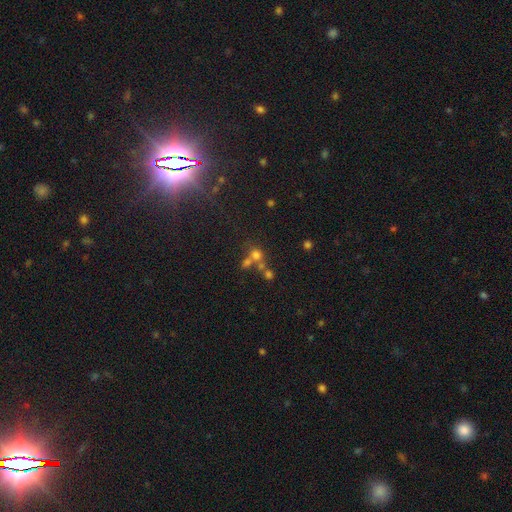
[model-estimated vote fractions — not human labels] smooth_or_featured: smooth (p=0.57) [alt: star or artifact p=0.28]
how_rounded: round (p=0.82) [alt: in between p=0.17]
merging: none (p=0.44) [alt: merger p=0.42]